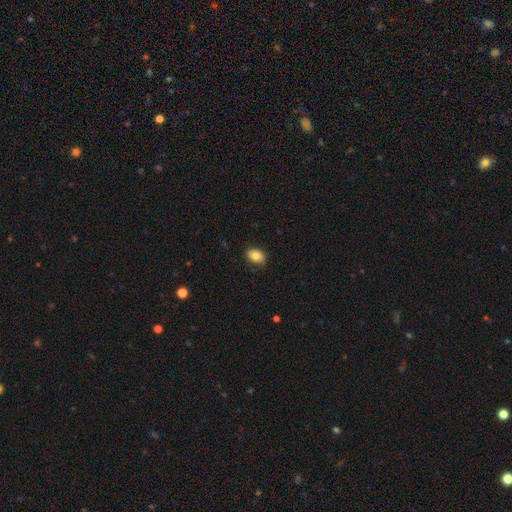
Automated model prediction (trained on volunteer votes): Overall: smooth (84%). How rounded: in between (84%). Merging: none (84%).